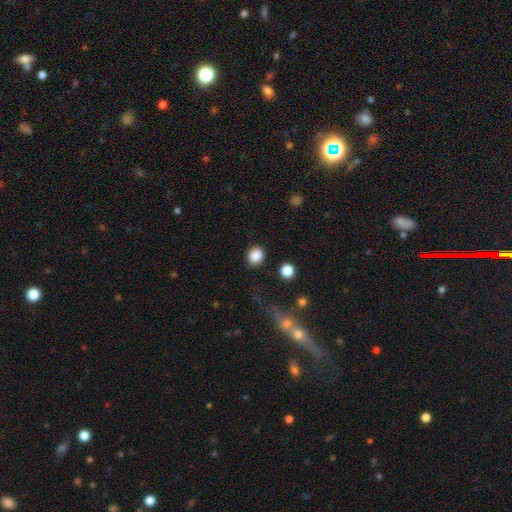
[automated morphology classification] Overall: smooth (87%). How rounded: round (66%; in between 33%). Merging: none (86%).